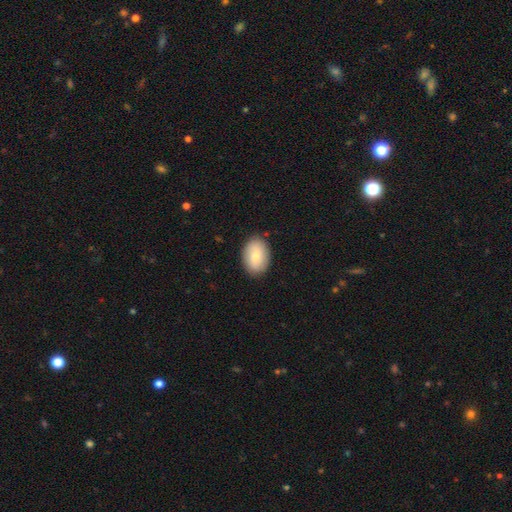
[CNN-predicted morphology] A smooth galaxy with no disk features (76%) that is in between round and cigar-shaped (85%). Merging: none (87%).